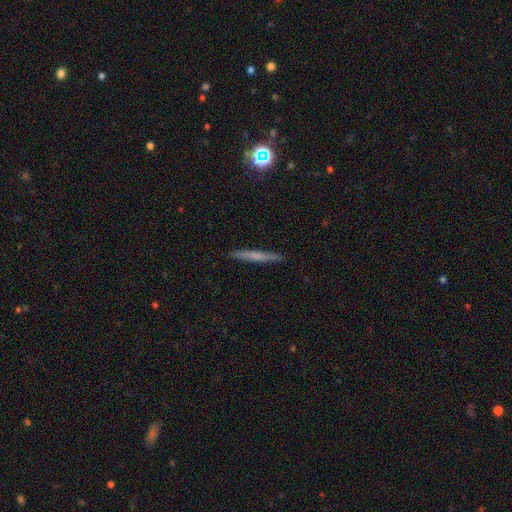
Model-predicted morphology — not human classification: A smooth galaxy with no disk features (54%) that is cigar-shaped (96%).

Vote fractions:
- Smooth or featured? smooth: 54% / featured or disk: 39% / star or artifact: 7%
- How rounded? cigar-shaped: 96% / in between: 3% / round: 2%
- Merging? none: 91% / minor disturbance: 6% / major disturbance: 1% / merger: 1%